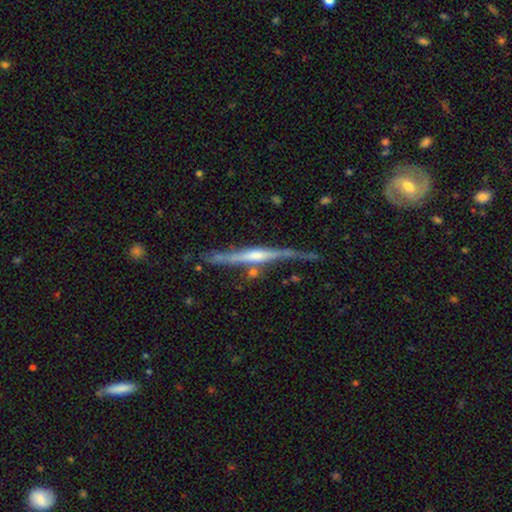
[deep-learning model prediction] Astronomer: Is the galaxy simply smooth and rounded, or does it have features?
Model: featured or disk — 84%.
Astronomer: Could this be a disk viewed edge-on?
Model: yes — 96%.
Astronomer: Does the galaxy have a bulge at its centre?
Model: rounded — 70%.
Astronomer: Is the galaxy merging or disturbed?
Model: none — 69%.